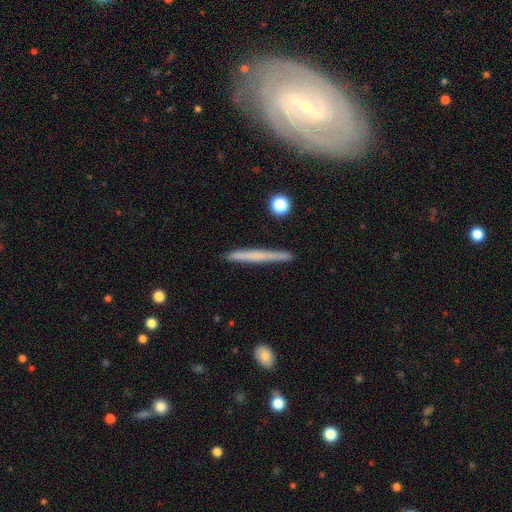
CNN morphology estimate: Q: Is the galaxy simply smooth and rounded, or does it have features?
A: smooth — 49%.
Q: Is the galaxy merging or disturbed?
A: none — 88%.